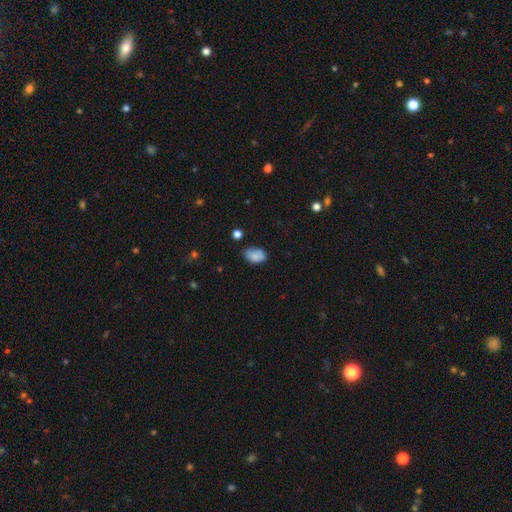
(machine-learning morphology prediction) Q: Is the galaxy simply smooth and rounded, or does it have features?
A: smooth — 83%.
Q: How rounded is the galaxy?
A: in between — 87%.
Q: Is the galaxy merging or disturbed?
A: none — 57%.